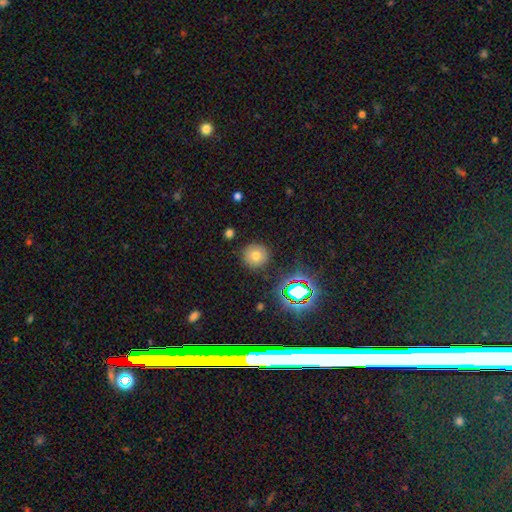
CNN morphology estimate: type=smooth (70%); roundness=round (94%); merging=none (88%).